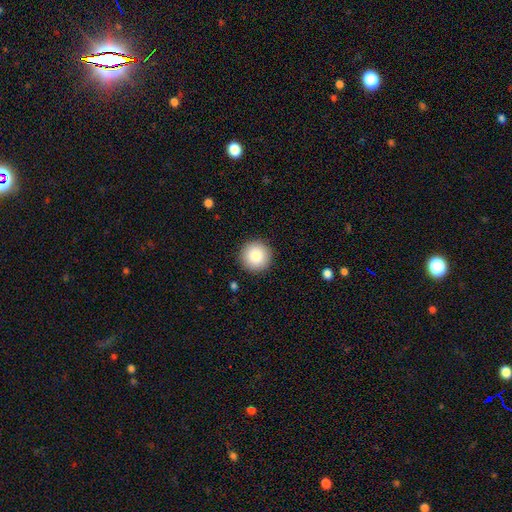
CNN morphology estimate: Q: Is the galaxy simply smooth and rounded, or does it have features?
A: smooth — 87%.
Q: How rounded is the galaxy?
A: round — 96%.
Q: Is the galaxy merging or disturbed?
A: none — 92%.